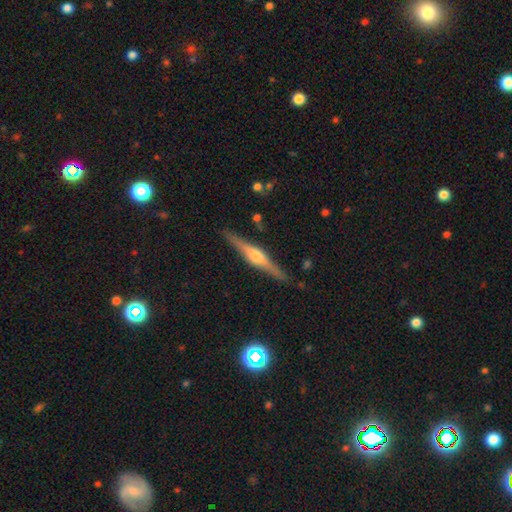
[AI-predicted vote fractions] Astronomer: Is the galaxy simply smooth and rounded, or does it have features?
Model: featured or disk — 79%.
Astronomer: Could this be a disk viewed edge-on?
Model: yes — 98%.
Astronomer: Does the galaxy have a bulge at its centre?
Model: rounded — 89%.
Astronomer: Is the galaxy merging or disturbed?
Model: none — 90%.